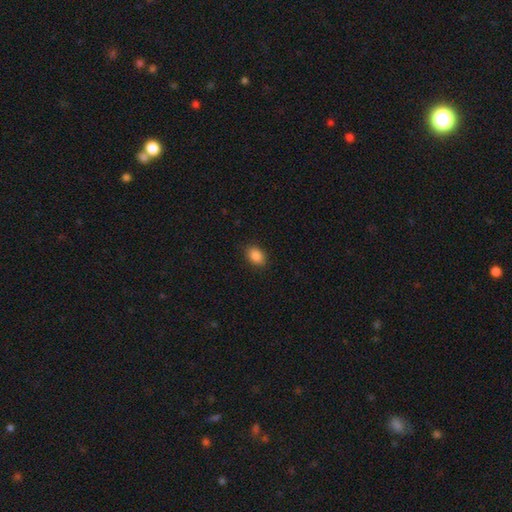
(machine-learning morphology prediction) Q: Smooth or featured?
A: smooth (87%); runner-up: star or artifact (9%)
Q: How rounded?
A: in between (81%); runner-up: round (17%)
Q: Merging?
A: none (88%); runner-up: minor disturbance (9%)